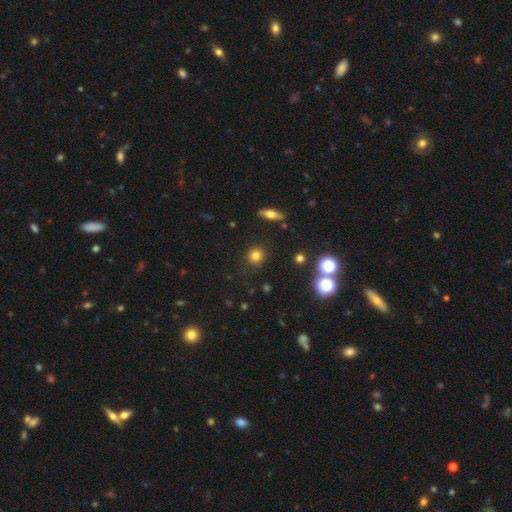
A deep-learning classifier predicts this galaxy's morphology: type=smooth (78%); roundness=round (89%); merging=none (89%).